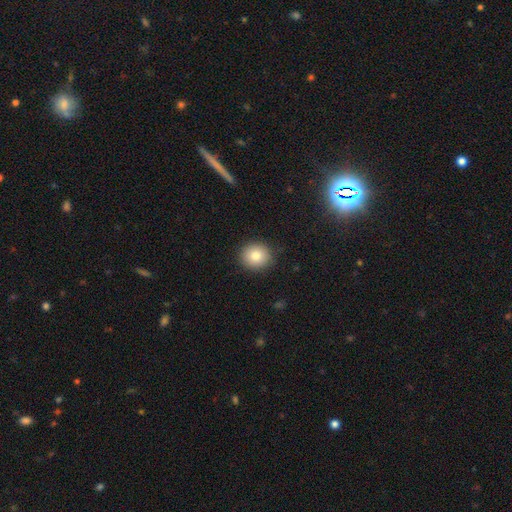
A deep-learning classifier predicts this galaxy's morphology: Smooth or featured? smooth (81%)
How rounded? round (86%)
Merging? none (89%)